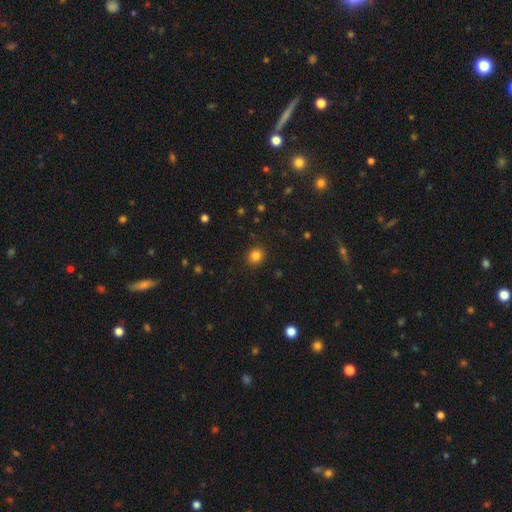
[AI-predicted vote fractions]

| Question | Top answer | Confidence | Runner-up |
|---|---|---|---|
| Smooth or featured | smooth | 84% | star or artifact (12%) |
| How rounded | round | 73% | in between (26%) |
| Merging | none | 90% | minor disturbance (7%) |